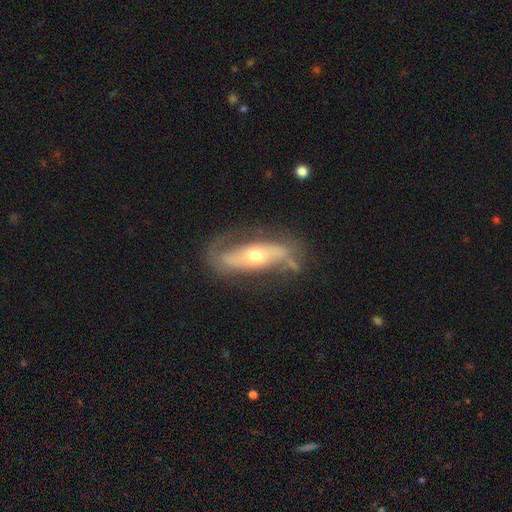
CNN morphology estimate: Q: Smooth or featured?
A: featured or disk (80%); runner-up: smooth (15%)
Q: Edge-on disk?
A: no (83%); runner-up: yes (17%)
Q: Bar?
A: no (43%); runner-up: strong (34%)
Q: Spiral arms?
A: yes (84%); runner-up: no (16%)
Q: Spiral winding?
A: loose (44%); runner-up: medium (36%)
Q: Spiral arm count?
A: 2 (86%); runner-up: can't tell (7%)
Q: Bulge size?
A: moderate (58%); runner-up: small (34%)
Q: Merging?
A: none (69%); runner-up: minor disturbance (18%)